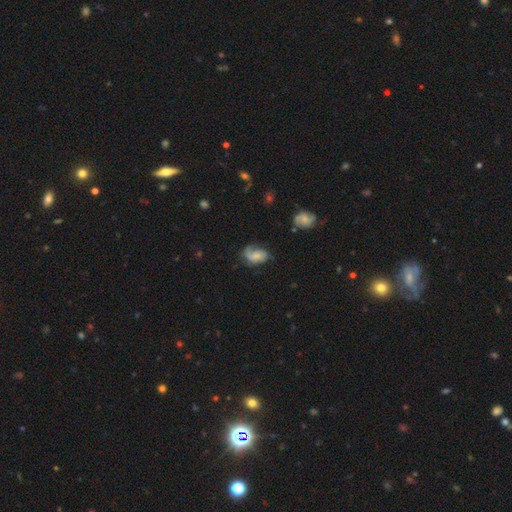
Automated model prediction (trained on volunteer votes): The model was most divided on "smooth or featured": featured or disk: 50%, smooth: 41%, star or artifact: 9%. Remaining: edge-on disk — no (96%); merging — none (50%).